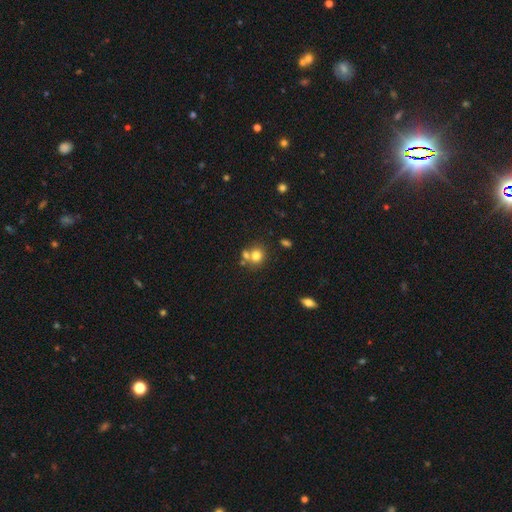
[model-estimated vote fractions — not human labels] smooth 75%, star or artifact 13%, featured or disk 12%. Down the decision tree: how rounded — round (79%); merging — none (55%).